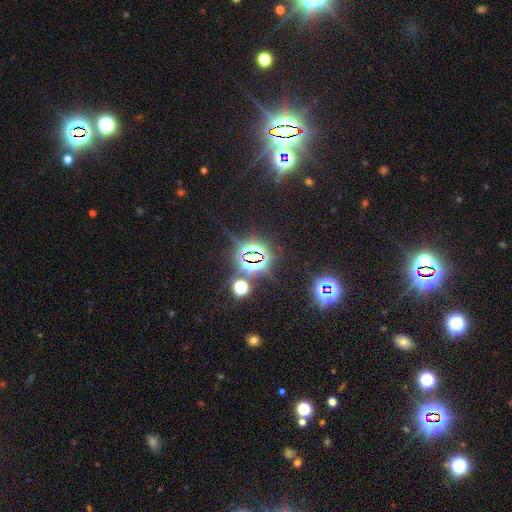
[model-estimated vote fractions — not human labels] A star or artifact, not a galaxy (83%).